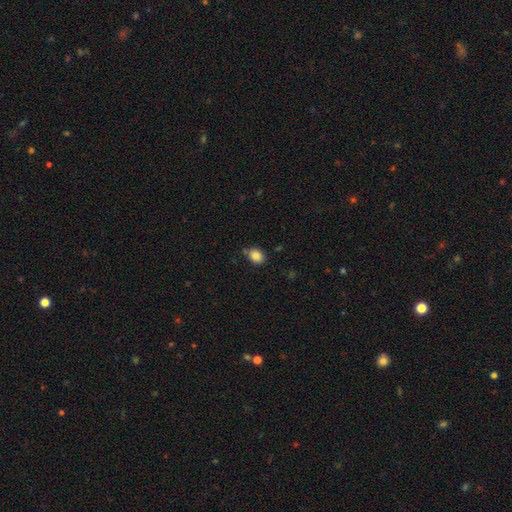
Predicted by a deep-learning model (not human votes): Q: Smooth or featured?
A: smooth (84%); runner-up: star or artifact (10%)
Q: How rounded?
A: in between (58%); runner-up: round (41%)
Q: Merging?
A: none (76%); runner-up: minor disturbance (16%)